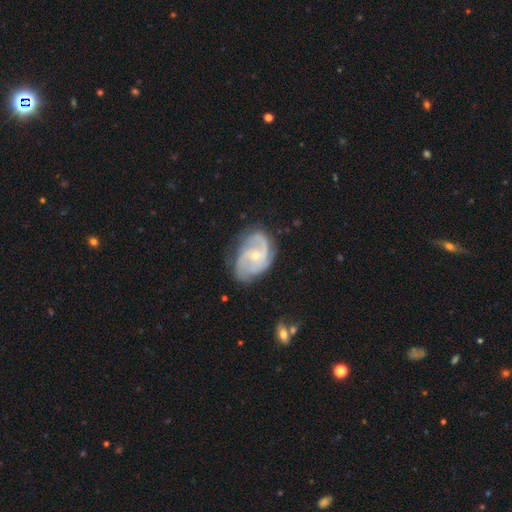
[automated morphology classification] Overall: featured or disk (85%). Edge-on disk: no (97%). Bar: no (64%; weak 30%). Spiral arms: yes (95%). Spiral arm count: 2 (43%; 3 29%). Spiral winding: medium (47%; tight 35%). Bulge size: small (64%; moderate 34%). Merging: none (65%).